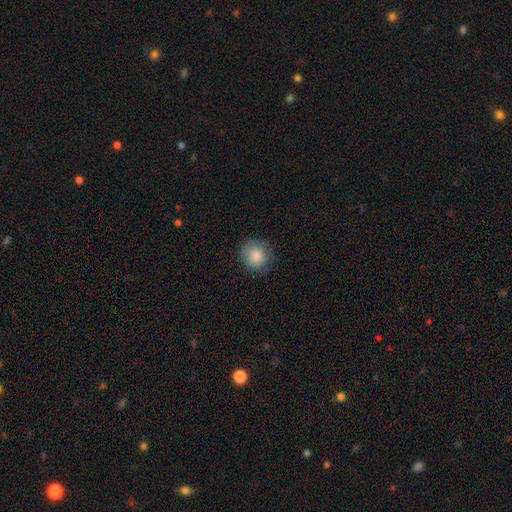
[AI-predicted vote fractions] smooth-or-featured: smooth: 85% | star or artifact: 8% | featured or disk: 6%
  how-rounded: round: 86% | in between: 13% | cigar-shaped: 1%
  merging: none: 81% | minor disturbance: 14% | major disturbance: 3% | merger: 1%